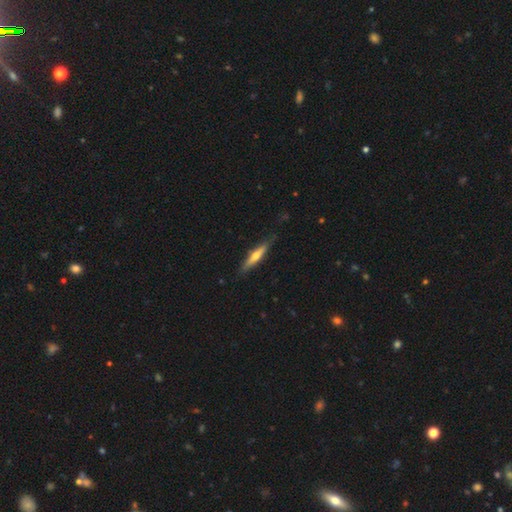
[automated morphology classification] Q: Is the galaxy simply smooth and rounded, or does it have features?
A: featured or disk — 52%.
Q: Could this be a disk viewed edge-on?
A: yes — 92%.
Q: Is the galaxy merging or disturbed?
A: none — 83%.